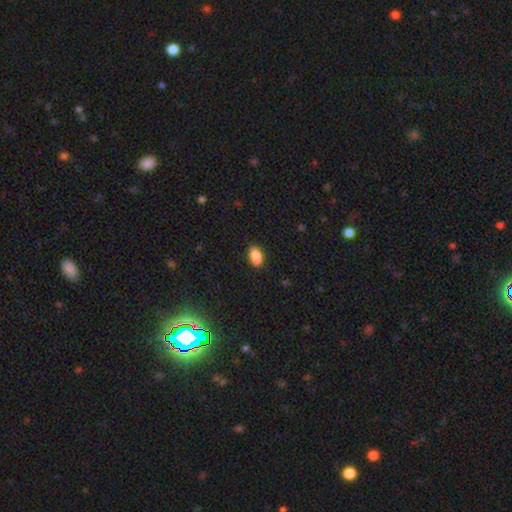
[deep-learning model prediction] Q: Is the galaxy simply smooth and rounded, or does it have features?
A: smooth — 85%.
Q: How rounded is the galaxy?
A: in between — 91%.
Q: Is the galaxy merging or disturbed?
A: none — 81%.